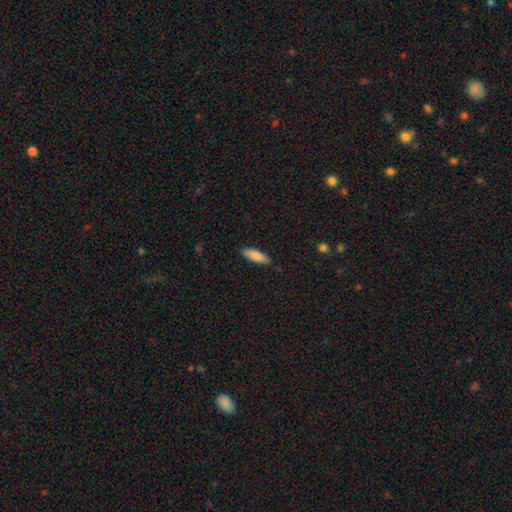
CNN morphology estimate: smooth 87%, featured or disk 8%, star or artifact 6%. Down the decision tree: how rounded — in between (55%); merging — none (86%).